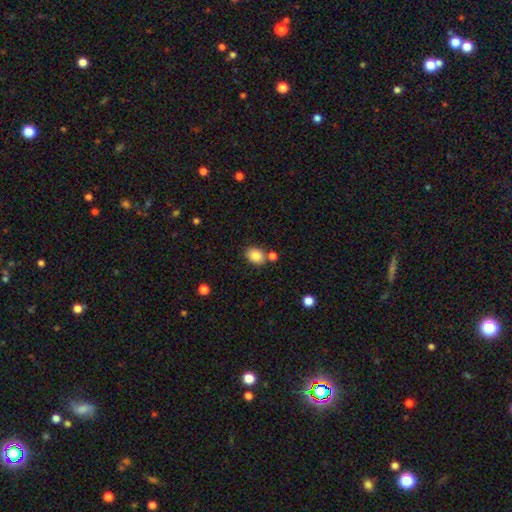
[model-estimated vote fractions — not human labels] Smooth or featured: smooth — 83% (star or artifact — 9%)
How rounded: in between — 52% (round — 47%)
Merging: none — 72% (merger — 14%)